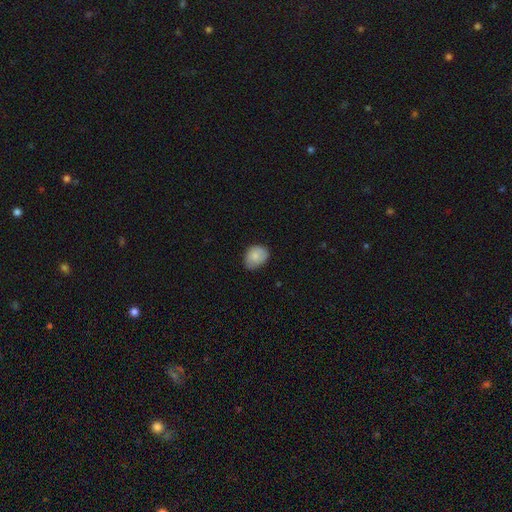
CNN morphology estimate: Q: Smooth or featured?
A: smooth (81%); runner-up: featured or disk (11%)
Q: How rounded?
A: in between (58%); runner-up: round (41%)
Q: Merging?
A: none (68%); runner-up: minor disturbance (27%)